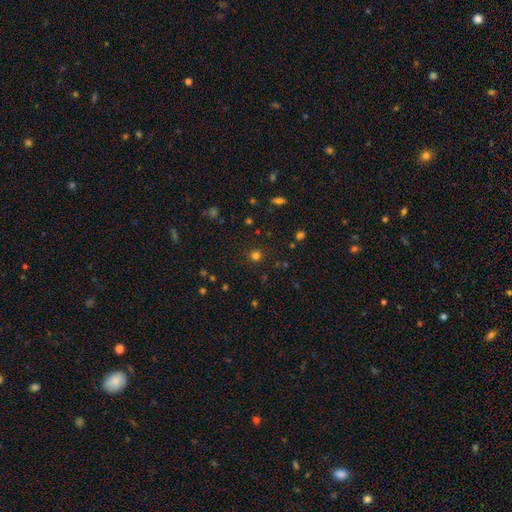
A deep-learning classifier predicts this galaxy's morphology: Smooth or featured: smooth — 75% (star or artifact — 20%)
How rounded: round — 92% (in between — 7%)
Merging: none — 89% (minor disturbance — 7%)